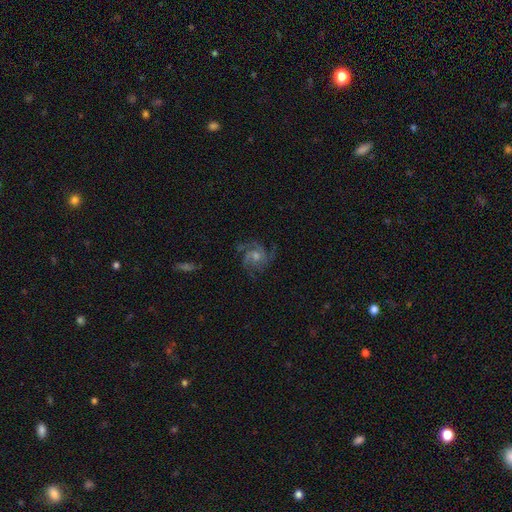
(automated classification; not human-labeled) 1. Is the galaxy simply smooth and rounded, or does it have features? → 83% featured or disk, 9% star or artifact, 8% smooth.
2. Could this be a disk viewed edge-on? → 98% no, 2% yes.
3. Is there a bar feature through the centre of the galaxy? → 68% no, 27% weak, 5% strong.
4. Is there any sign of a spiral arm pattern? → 97% yes, 3% no.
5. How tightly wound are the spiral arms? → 47% medium, 44% tight, 9% loose.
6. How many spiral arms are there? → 48% 3, 17% 4, 12% 2, 12% can't tell, 6% more than 4, 5% 1.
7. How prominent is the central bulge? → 52% moderate, 38% small, 5% large, 4% none, 1% dominant.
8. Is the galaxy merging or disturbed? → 76% none, 15% minor disturbance, 8% major disturbance, 1% merger.